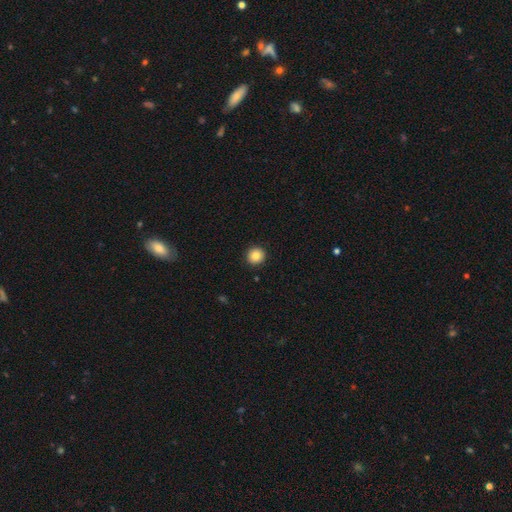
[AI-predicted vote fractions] Smooth or featured: smooth — 86% (star or artifact — 9%)
How rounded: round — 93% (in between — 6%)
Merging: none — 93% (minor disturbance — 5%)